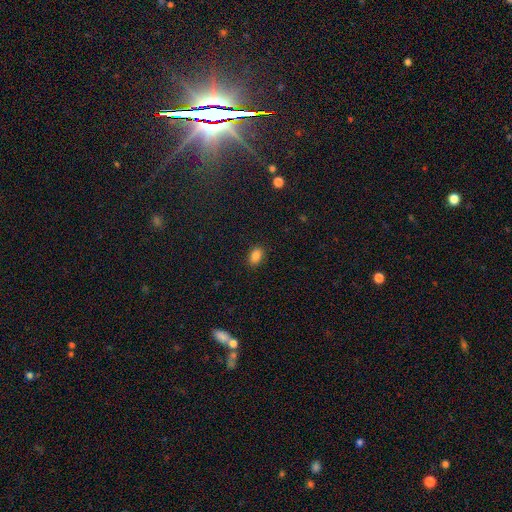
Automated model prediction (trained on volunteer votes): This is clearly a smooth galaxy (86%). How rounded: clearly in between (85%). Merging: clearly none (87%).